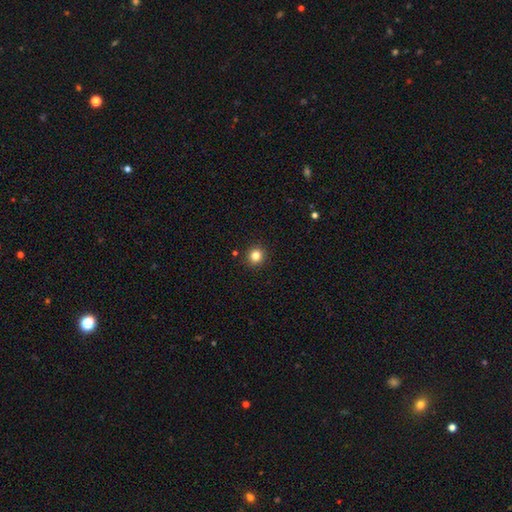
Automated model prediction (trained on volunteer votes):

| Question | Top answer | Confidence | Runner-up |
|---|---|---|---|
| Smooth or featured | smooth | 82% | star or artifact (13%) |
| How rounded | round | 92% | in between (7%) |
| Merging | none | 92% | minor disturbance (5%) |